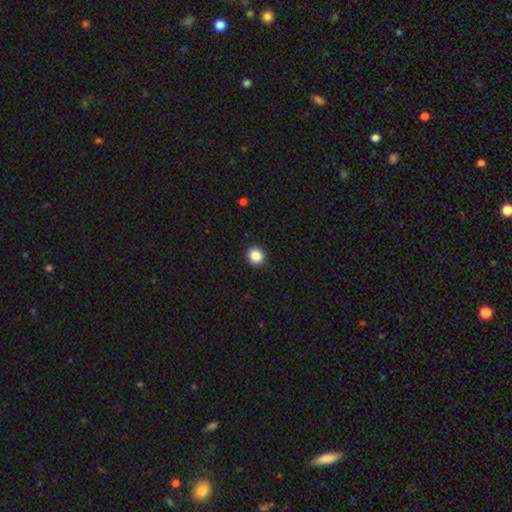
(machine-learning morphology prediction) Overall: smooth (88%). How rounded: round (88%). Merging: none (92%).